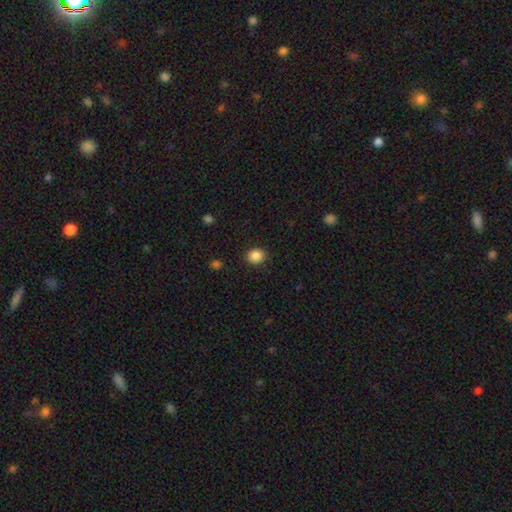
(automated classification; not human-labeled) smooth_or_featured: smooth (p=0.87) [alt: star or artifact p=0.10]
how_rounded: round (p=0.68) [alt: in between p=0.31]
merging: none (p=0.89) [alt: minor disturbance p=0.07]